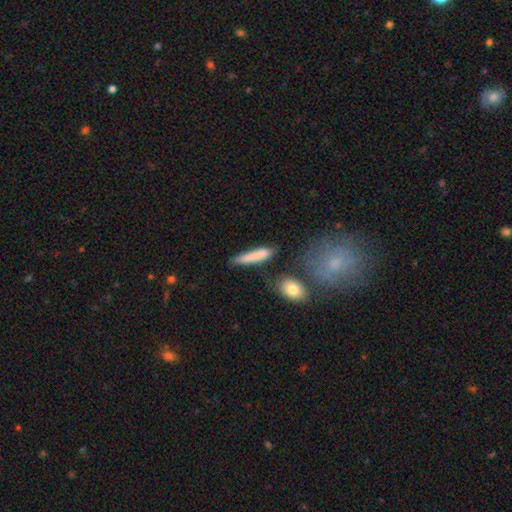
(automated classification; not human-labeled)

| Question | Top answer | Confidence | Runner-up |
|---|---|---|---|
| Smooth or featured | smooth | 80% | featured or disk (14%) |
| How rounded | cigar-shaped | 84% | in between (14%) |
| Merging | none | 72% | minor disturbance (17%) |